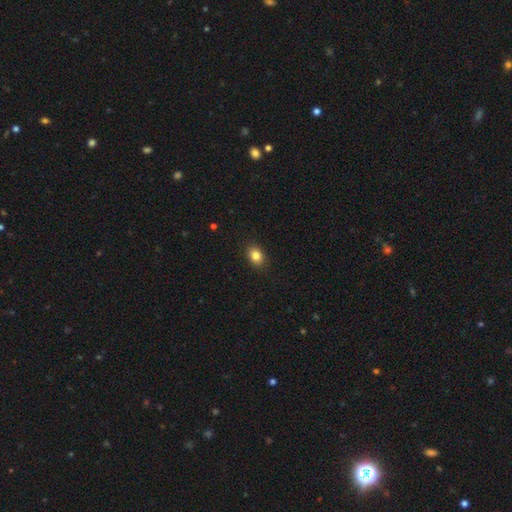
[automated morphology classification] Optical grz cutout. It shows a smooth galaxy with no disk features (83%) that is in between round and cigar-shaped (63%). Merging: none (89%).